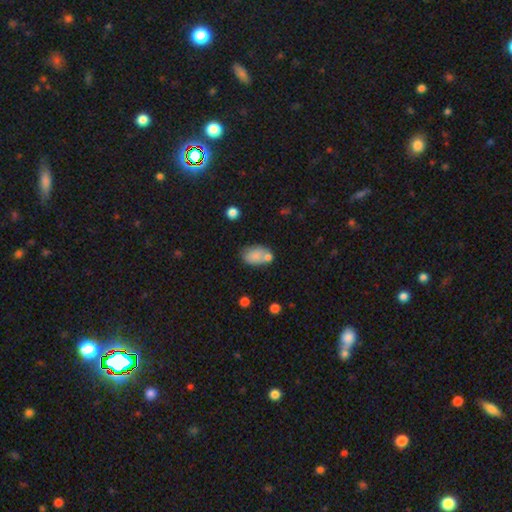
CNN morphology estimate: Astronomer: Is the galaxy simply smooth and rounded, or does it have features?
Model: smooth — 79%.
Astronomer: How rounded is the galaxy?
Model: in between — 86%.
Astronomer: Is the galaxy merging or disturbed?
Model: none — 48% (runner-up: merger, 27%).